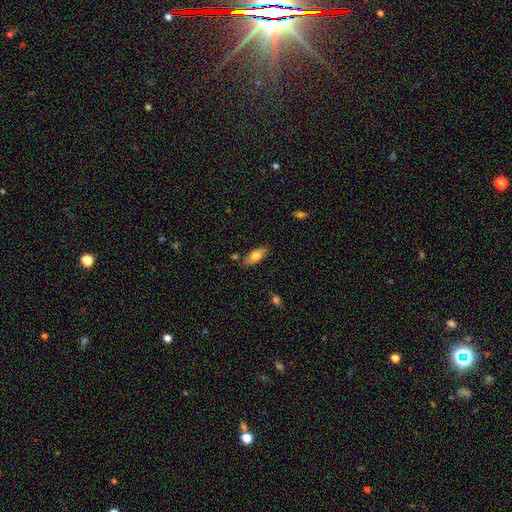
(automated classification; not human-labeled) This is likely a smooth galaxy (73%). How rounded: likely in between (79%). Merging: clearly none (81%).